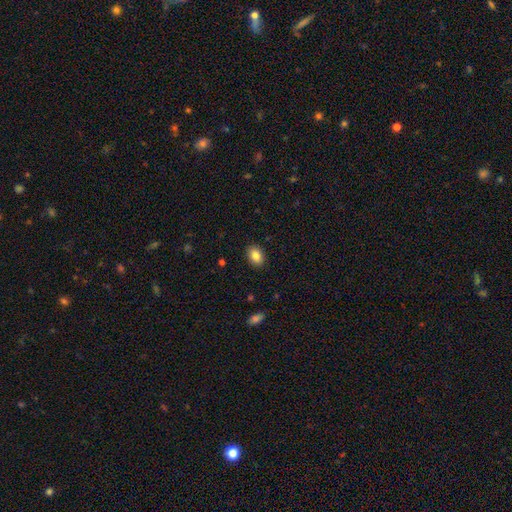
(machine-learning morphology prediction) smooth_or_featured: smooth (p=0.85) [alt: star or artifact p=0.08]
how_rounded: in between (p=0.80) [alt: round p=0.19]
merging: none (p=0.89) [alt: minor disturbance p=0.08]